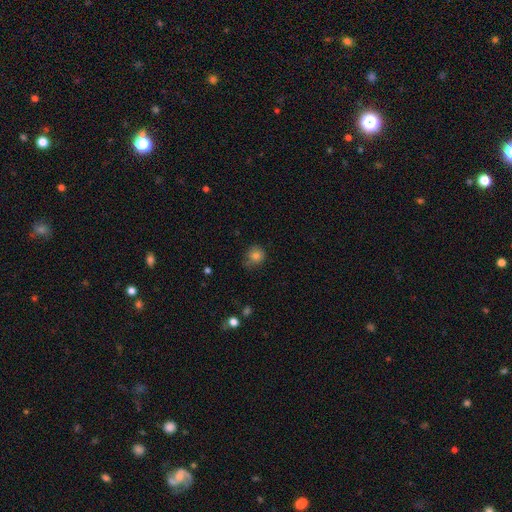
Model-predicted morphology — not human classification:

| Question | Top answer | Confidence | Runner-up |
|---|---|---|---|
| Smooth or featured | smooth | 81% | star or artifact (12%) |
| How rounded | round | 84% | in between (15%) |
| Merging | none | 68% | minor disturbance (24%) |